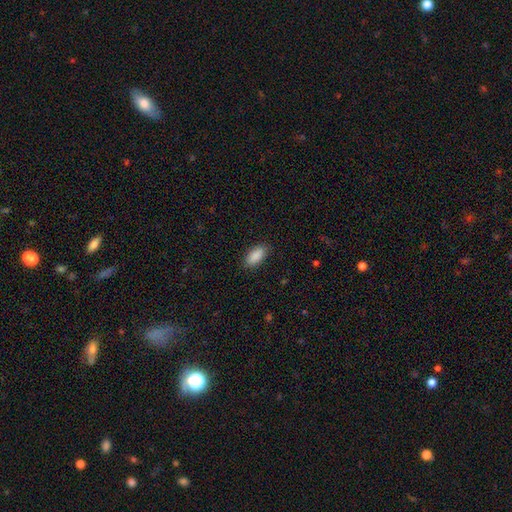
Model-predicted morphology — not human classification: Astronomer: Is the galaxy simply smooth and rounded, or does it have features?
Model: smooth — 90%.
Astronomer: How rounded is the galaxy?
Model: in between — 88%.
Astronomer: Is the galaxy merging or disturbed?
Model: none — 88%.